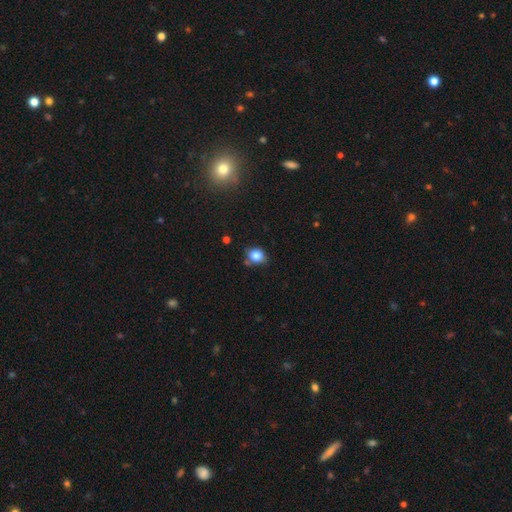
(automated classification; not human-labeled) This is clearly a smooth galaxy (82%). How rounded: likely round (67%). Merging: likely none (72%).